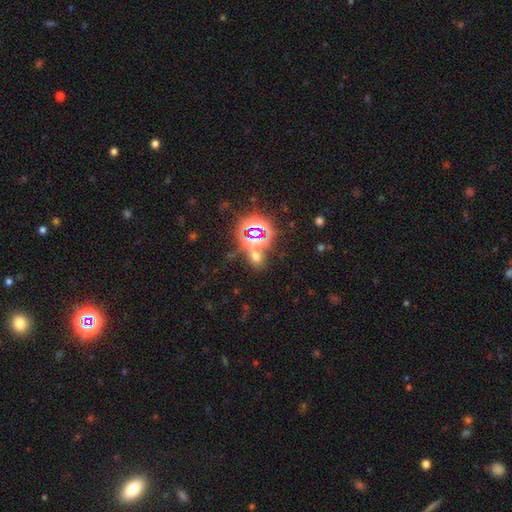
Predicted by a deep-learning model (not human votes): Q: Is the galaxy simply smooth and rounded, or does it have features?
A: star or artifact — 52%.